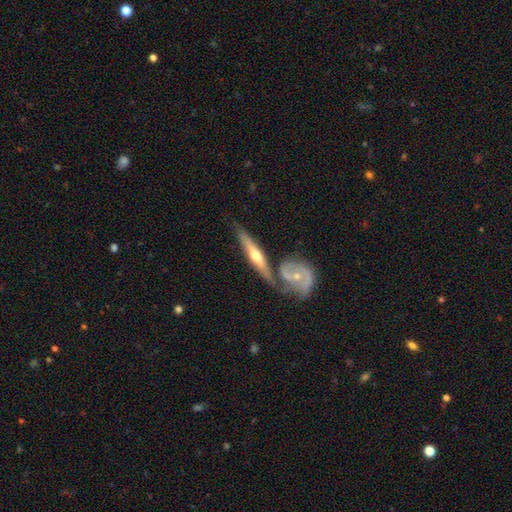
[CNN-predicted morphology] type=featured or disk (69%); edge-on=yes (83%); edge-on bulge=rounded (87%); merging=none (58%).